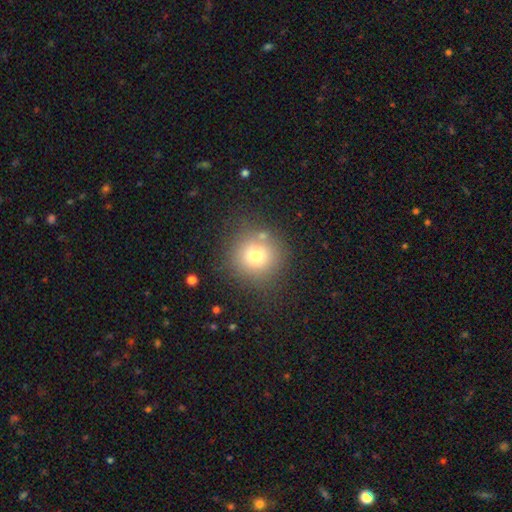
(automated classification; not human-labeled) Smooth or featured? smooth (75%)
How rounded? round (91%)
Merging? none (78%)